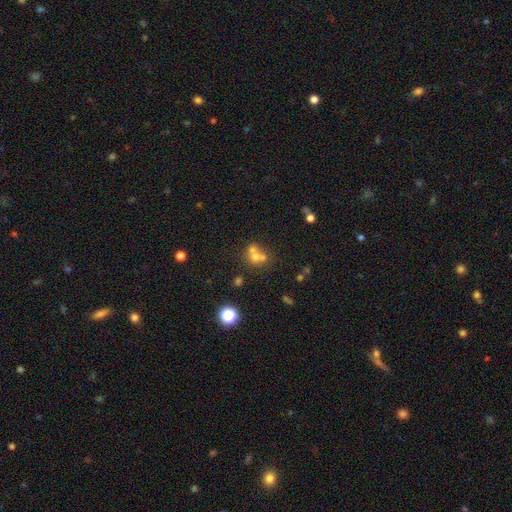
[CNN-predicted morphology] Smooth or featured? smooth (57%)
How rounded? round (73%)
Merging? merger (57%)